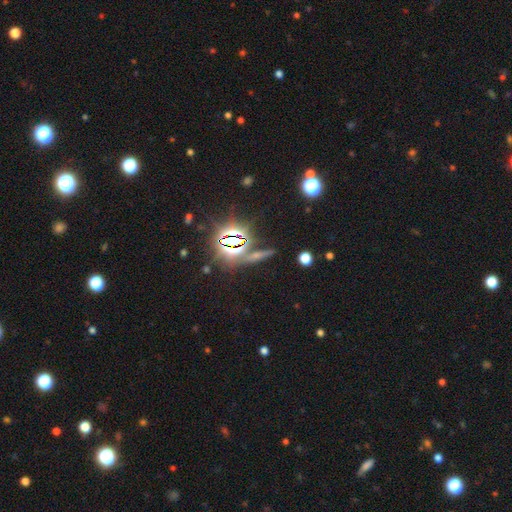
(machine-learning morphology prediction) Smooth or featured? Predicted: star or artifact (p=0.65).